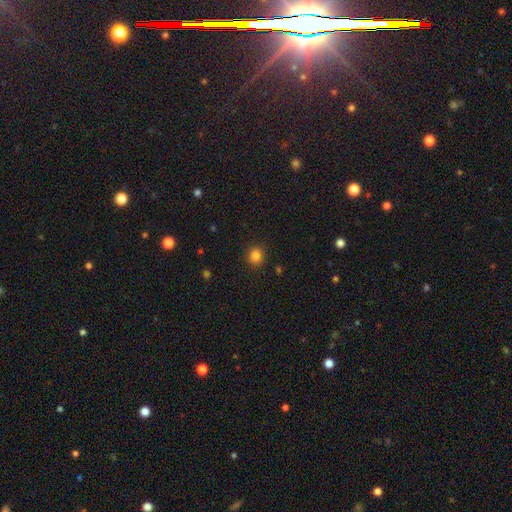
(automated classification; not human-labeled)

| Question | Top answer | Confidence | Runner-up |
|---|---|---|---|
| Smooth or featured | smooth | 83% | star or artifact (12%) |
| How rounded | round | 87% | in between (12%) |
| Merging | none | 91% | minor disturbance (6%) |